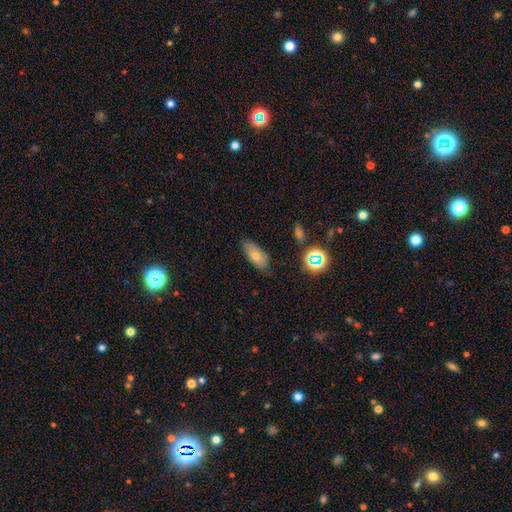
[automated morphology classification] smooth 67%, featured or disk 19%, star or artifact 13%. Down the decision tree: how rounded — in between (81%); merging — none (76%).